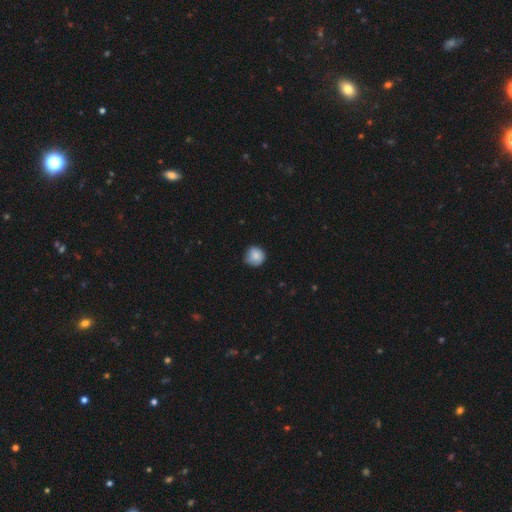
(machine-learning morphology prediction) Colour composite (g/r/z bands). It shows a smooth galaxy with no disk features (85%) that is round (90%). Merging: none (75%).